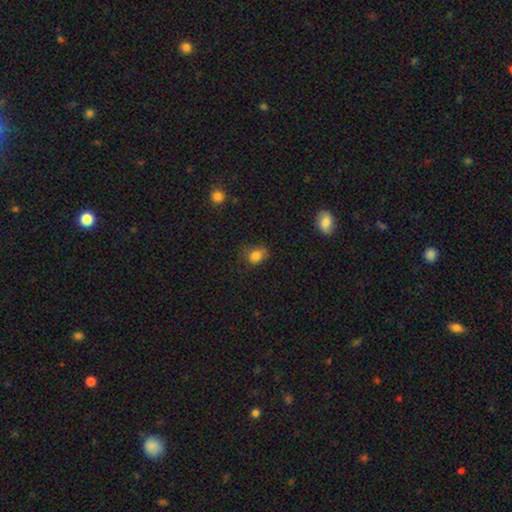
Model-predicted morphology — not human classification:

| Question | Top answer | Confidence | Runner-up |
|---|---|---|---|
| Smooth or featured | smooth | 81% | star or artifact (12%) |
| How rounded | round | 53% | in between (46%) |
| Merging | none | 61% | minor disturbance (28%) |